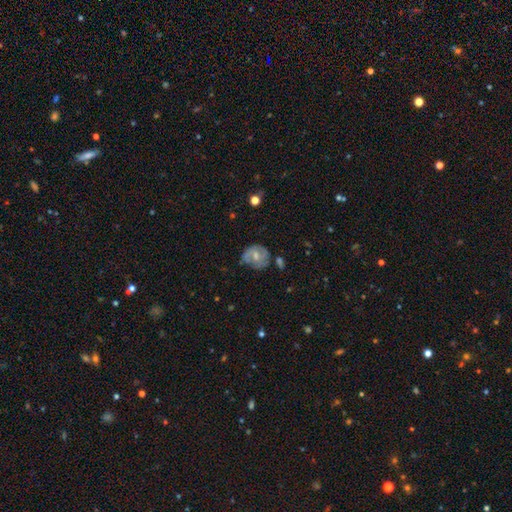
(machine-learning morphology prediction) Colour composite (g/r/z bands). It shows a featured or disk galaxy (54%) with no bar (60%), spiral arms (66%) and a moderate central bulge (56%). Merging: none (58%).